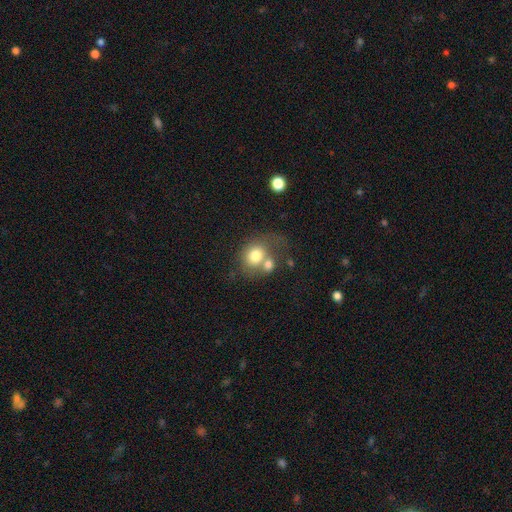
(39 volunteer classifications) smooth_or_featured: smooth (p=0.69) [alt: featured or disk p=0.23]
how_rounded: in between (p=0.52) [alt: round p=0.48]
merging: merger (p=0.47) [alt: none p=0.28]